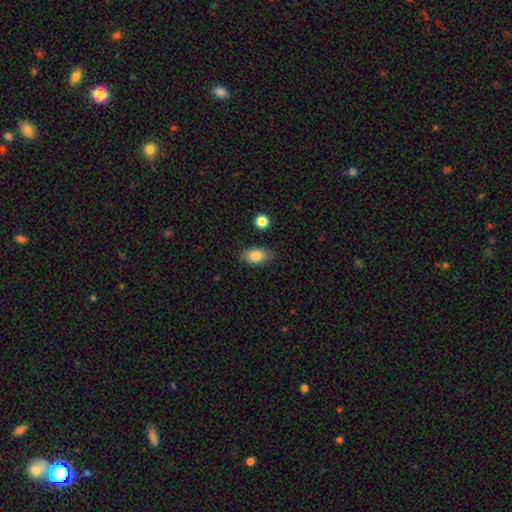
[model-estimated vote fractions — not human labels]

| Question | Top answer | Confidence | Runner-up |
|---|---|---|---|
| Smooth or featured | smooth | 85% | featured or disk (8%) |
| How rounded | in between | 88% | round (9%) |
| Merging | none | 79% | minor disturbance (16%) |